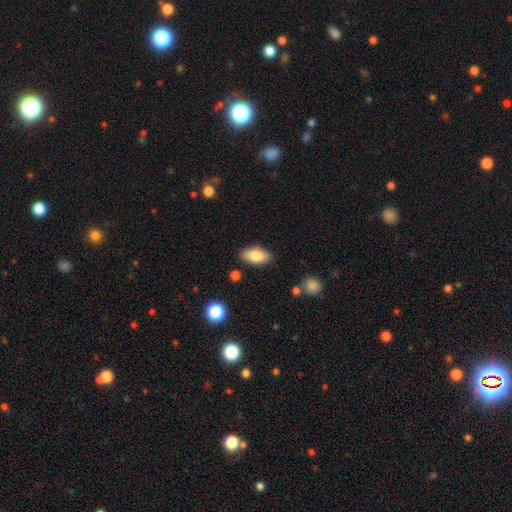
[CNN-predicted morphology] Q: Smooth or featured?
A: smooth (80%); runner-up: featured or disk (13%)
Q: How rounded?
A: in between (91%); runner-up: cigar-shaped (6%)
Q: Merging?
A: none (86%); runner-up: minor disturbance (10%)